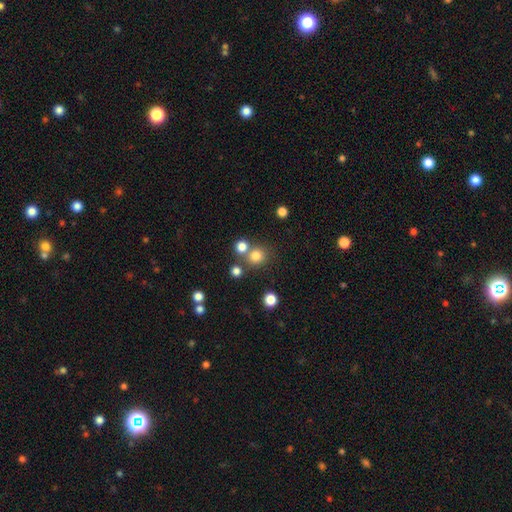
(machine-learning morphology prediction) Smooth or featured? Predicted: smooth (p=0.78). How rounded? Predicted: round (p=0.89). Merging? Predicted: none (p=0.68).